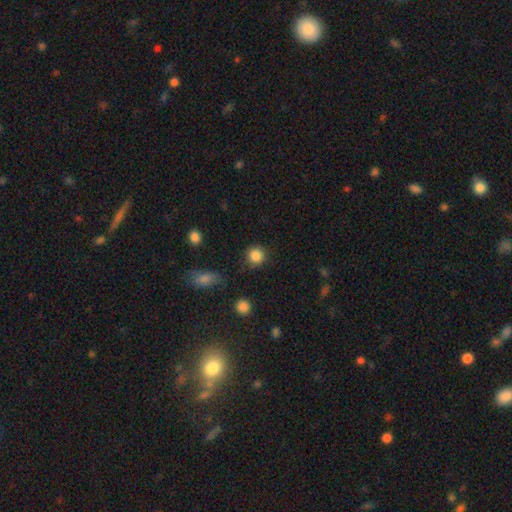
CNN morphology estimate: type=smooth (86%); roundness=round (91%); merging=none (86%).